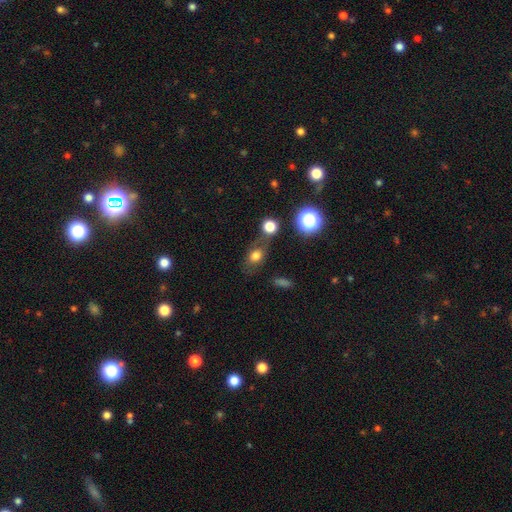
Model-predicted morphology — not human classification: smooth-or-featured: smooth: 72% | star or artifact: 15% | featured or disk: 13%
  how-rounded: in between: 60% | round: 38% | cigar-shaped: 2%
  merging: none: 57% | merger: 17% | minor disturbance: 17% | major disturbance: 9%